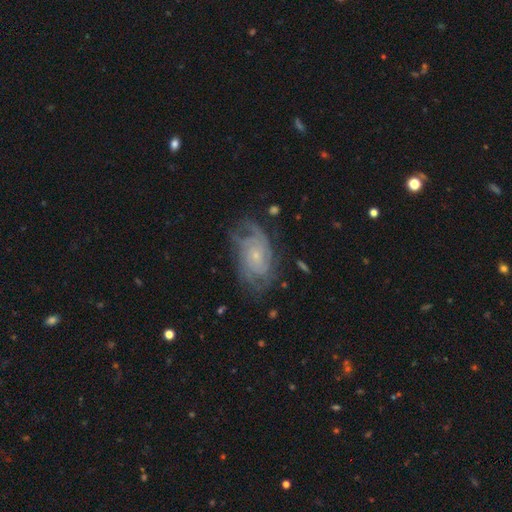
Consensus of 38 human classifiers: Smooth or featured? featured or disk (97%)
Edge-on disk? no (100%)
Bar? no (73%)
Spiral arms? yes (97%)
Spiral winding? tight (81%)
Spiral arm count? 2 (22%, tied with can't tell)
Bulge size? small (78%)
Merging? none (59%)